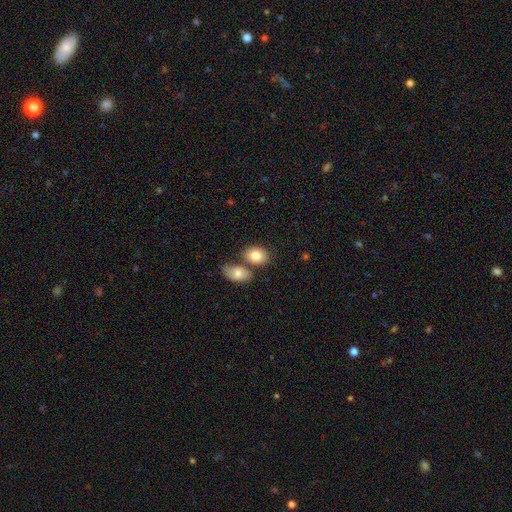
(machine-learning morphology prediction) Smooth or featured? smooth (81%)
How rounded? in between (76%)
Merging? none (55%)